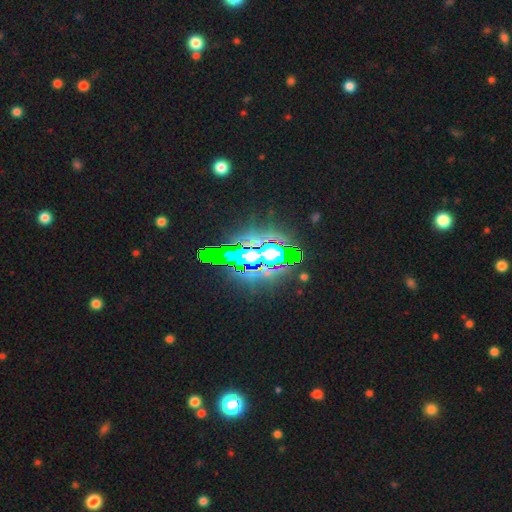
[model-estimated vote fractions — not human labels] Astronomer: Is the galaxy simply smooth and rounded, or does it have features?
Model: star or artifact — 63%.